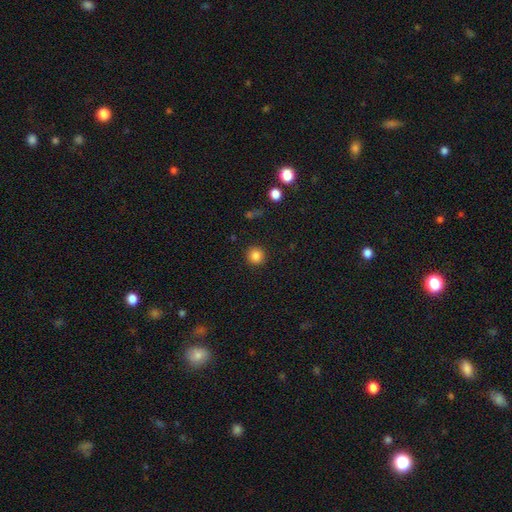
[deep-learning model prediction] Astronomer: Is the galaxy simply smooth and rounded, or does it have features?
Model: smooth — 85%.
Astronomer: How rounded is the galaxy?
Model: round — 92%.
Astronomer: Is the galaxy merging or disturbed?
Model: none — 91%.